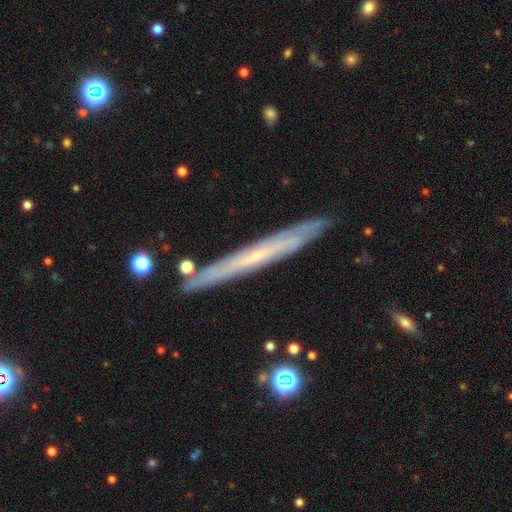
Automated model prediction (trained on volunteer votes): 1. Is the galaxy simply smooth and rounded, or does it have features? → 65% featured or disk, 27% smooth, 7% star or artifact.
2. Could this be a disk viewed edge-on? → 90% yes, 10% no.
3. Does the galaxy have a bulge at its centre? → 75% none, 22% rounded, 3% boxy.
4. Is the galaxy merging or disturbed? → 87% none, 9% minor disturbance, 2% merger, 2% major disturbance.